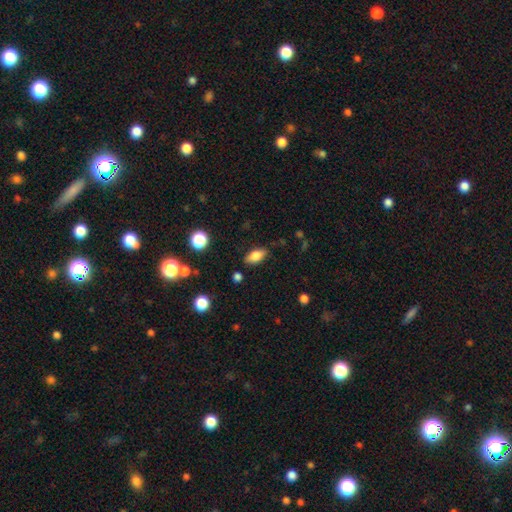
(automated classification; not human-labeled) smooth 77%, featured or disk 14%, star or artifact 9%. Down the decision tree: how rounded — in between (86%); merging — none (83%).